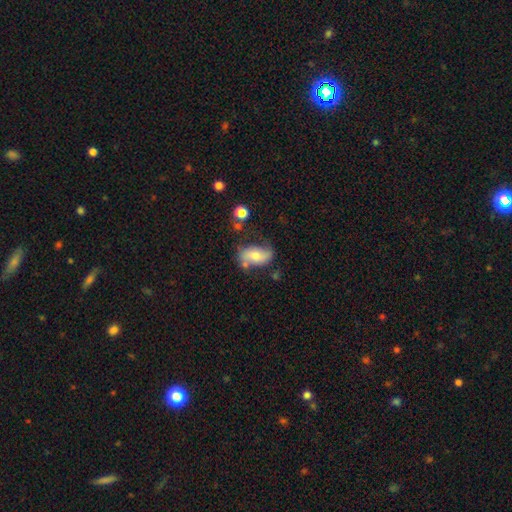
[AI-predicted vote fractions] smooth_or_featured: smooth (p=0.53) [alt: featured or disk p=0.39]
how_rounded: in between (p=0.90) [alt: round p=0.07]
merging: none (p=0.54) [alt: minor disturbance p=0.26]